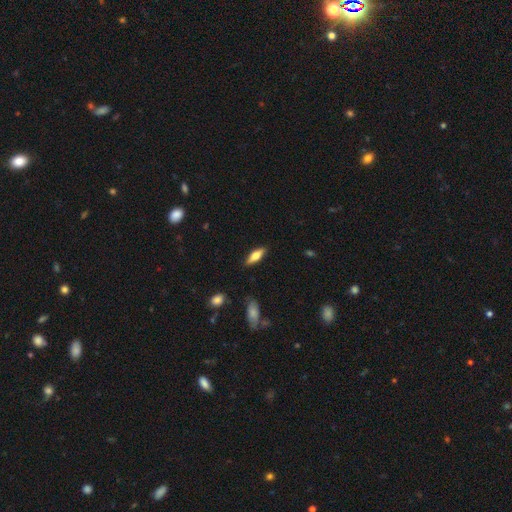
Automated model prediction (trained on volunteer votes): Smooth or featured: smooth — 58% (featured or disk — 35%)
How rounded: in between — 62% (cigar-shaped — 35%)
Merging: none — 87% (minor disturbance — 10%)